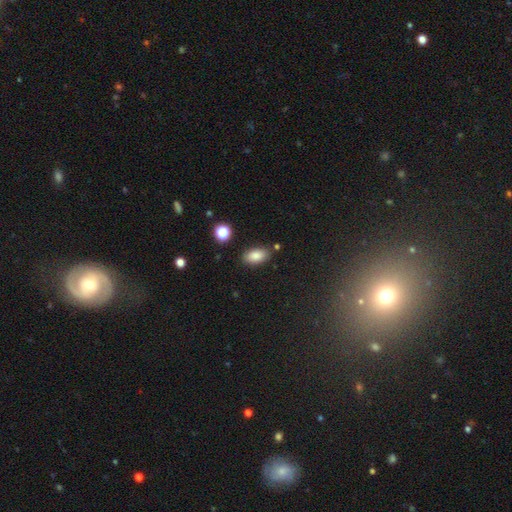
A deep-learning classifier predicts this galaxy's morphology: Q: Smooth or featured?
A: smooth (84%); runner-up: star or artifact (9%)
Q: How rounded?
A: in between (91%); runner-up: round (5%)
Q: Merging?
A: none (82%); runner-up: minor disturbance (11%)